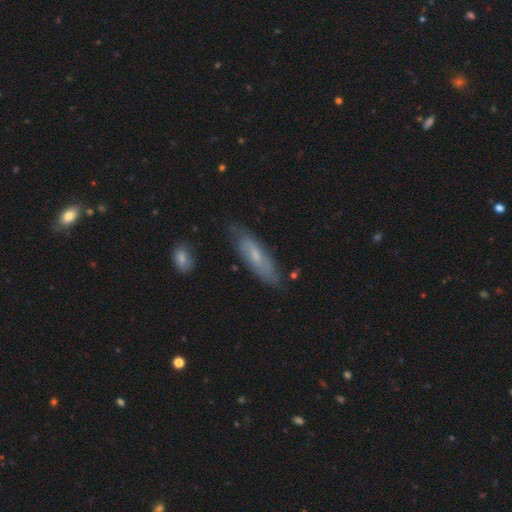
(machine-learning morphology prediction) This is possibly a smooth galaxy (52%). How rounded: possibly cigar-shaped (59%). Merging: likely none (74%).